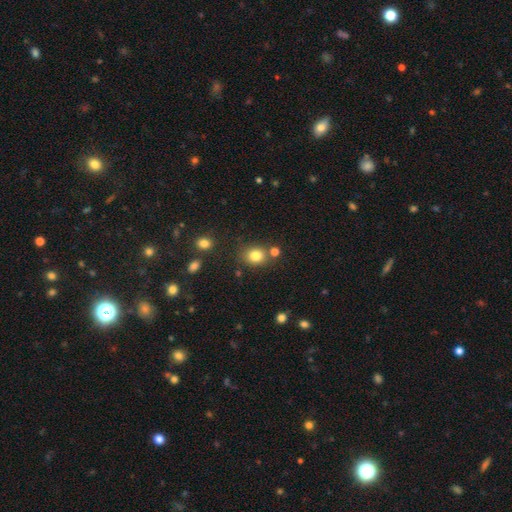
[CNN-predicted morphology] Smooth or featured?
  - smooth: 82% *
  - star or artifact: 12%
  - featured or disk: 6%
How rounded?
  - round: 68% *
  - in between: 31%
  - cigar-shaped: 1%
Merging?
  - none: 73% *
  - minor disturbance: 12%
  - merger: 12%
  - major disturbance: 4%